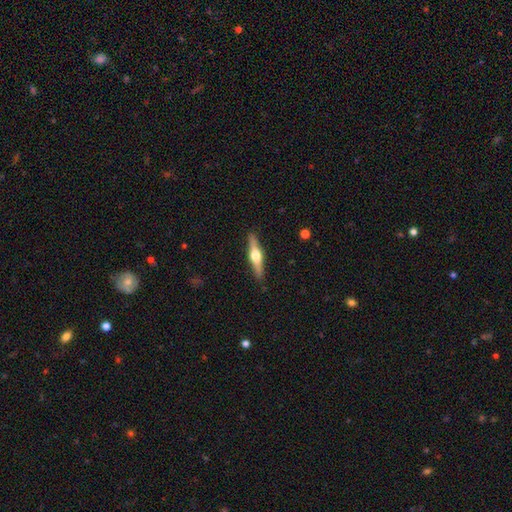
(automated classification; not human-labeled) Q: Smooth or featured?
A: featured or disk (68%); runner-up: smooth (27%)
Q: Edge-on disk?
A: yes (97%); runner-up: no (3%)
Q: Edge-on bulge?
A: rounded (95%); runner-up: boxy (3%)
Q: Merging?
A: none (90%); runner-up: minor disturbance (7%)